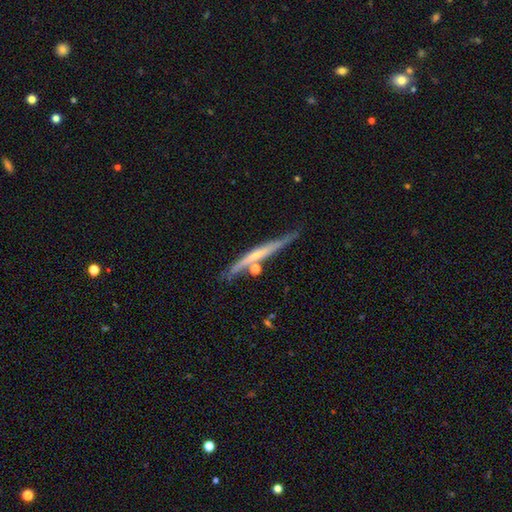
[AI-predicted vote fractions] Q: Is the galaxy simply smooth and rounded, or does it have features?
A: featured or disk — 61%.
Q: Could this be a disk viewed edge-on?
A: yes — 93%.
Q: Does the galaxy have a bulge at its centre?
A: none — 61%.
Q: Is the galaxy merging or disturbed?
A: none — 64%.